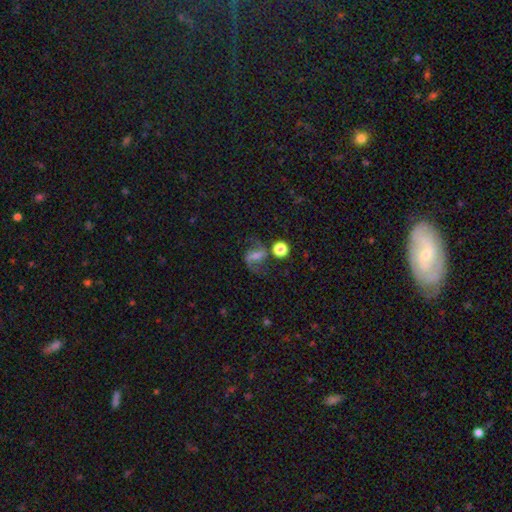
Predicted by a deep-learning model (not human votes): The model was most divided on "bar": strong: 42%, weak: 39%, no: 19%. Remaining: edge-on disk — no (97%); spiral arms — yes (92%); spiral arm count — 2 (91%); smooth or featured — featured or disk (71%); merging — none (66%); spiral winding — loose (61%); bulge size — small (40%).